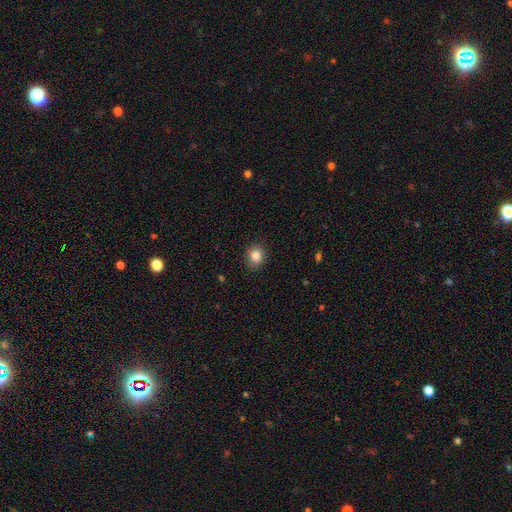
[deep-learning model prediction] The model was most divided on "how rounded": round: 66%, in between: 33%, cigar-shaped: 1%. More confident: merging — none (88%); smooth or featured — smooth (84%).